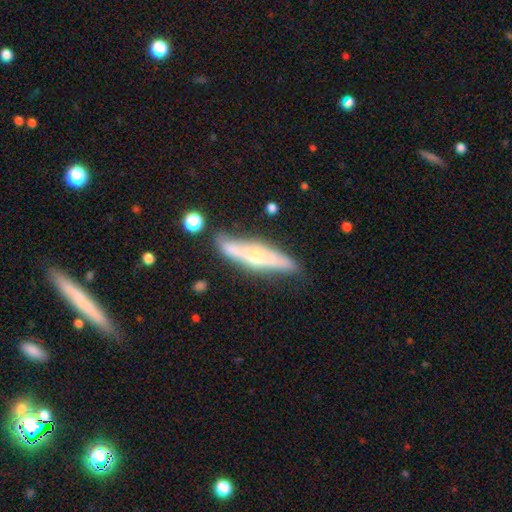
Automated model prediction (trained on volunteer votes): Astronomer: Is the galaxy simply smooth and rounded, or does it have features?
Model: featured or disk — 61%.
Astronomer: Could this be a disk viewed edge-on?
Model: yes — 73%.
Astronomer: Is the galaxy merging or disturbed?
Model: none — 66%.